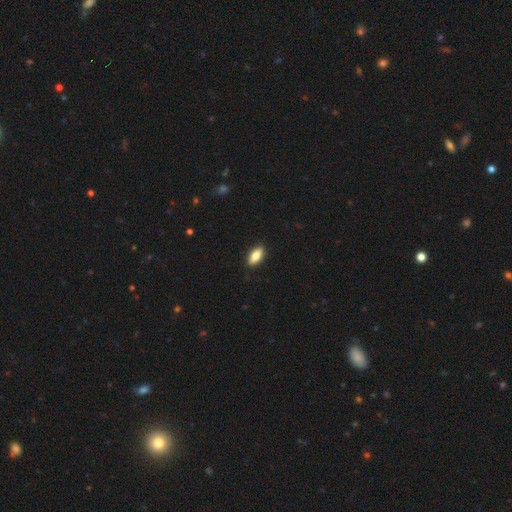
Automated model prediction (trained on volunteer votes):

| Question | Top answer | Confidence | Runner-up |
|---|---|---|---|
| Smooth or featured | smooth | 80% | featured or disk (13%) |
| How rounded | in between | 82% | cigar-shaped (15%) |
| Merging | none | 90% | minor disturbance (8%) |